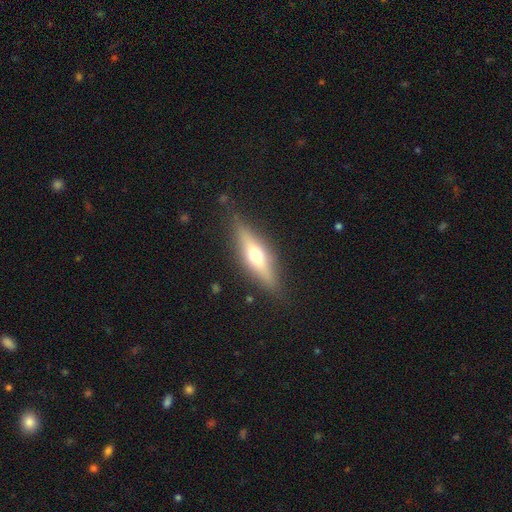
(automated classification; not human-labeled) smooth-or-featured: featured or disk: 53% | smooth: 39% | star or artifact: 8%
  disk-edge-on: yes: 89% | no: 11%
  merging: none: 85% | minor disturbance: 10% | major disturbance: 3% | merger: 1%